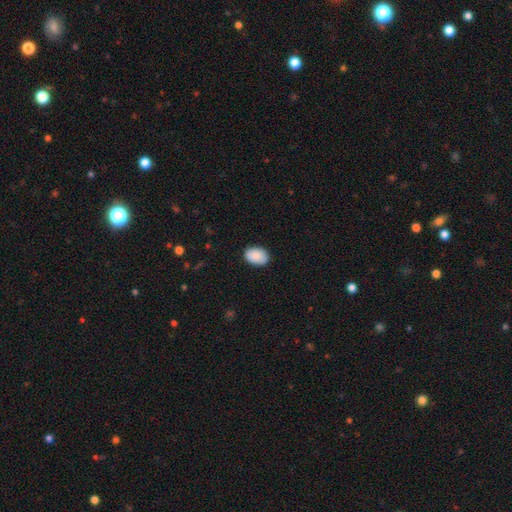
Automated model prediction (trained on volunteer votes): The model was most divided on "how rounded": in between: 84%, round: 15%, cigar-shaped: 1%. More confident: smooth or featured — smooth (89%); merging — none (86%).